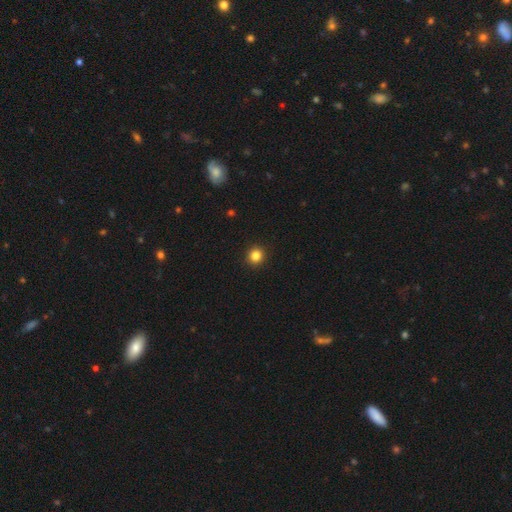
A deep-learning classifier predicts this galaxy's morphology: Smooth or featured? Predicted: smooth (p=0.84). How rounded? Predicted: round (p=0.93). Merging? Predicted: none (p=0.93).